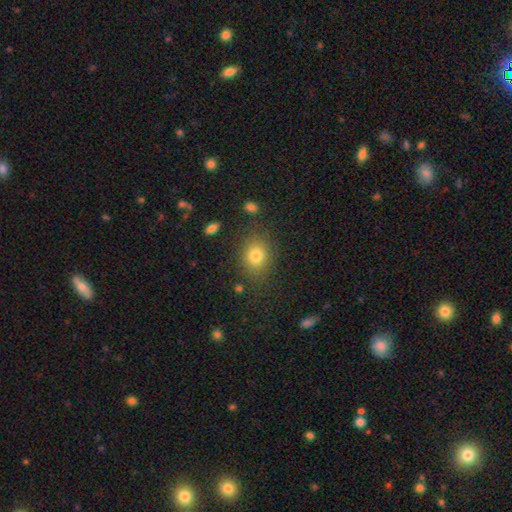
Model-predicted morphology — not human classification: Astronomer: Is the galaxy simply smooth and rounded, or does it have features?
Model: smooth — 79%.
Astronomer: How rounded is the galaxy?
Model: round — 61% (runner-up: in between, 38%).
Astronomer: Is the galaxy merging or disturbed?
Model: none — 82%.